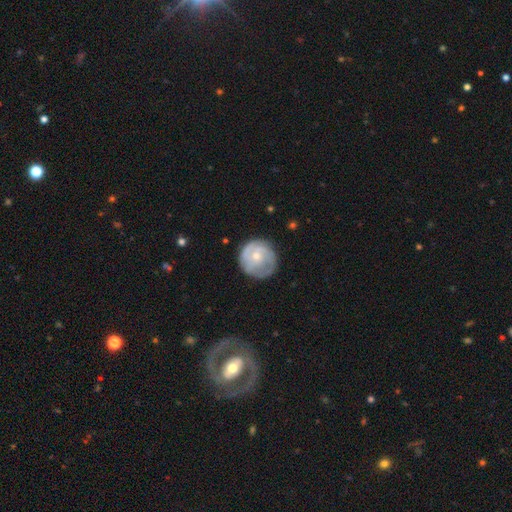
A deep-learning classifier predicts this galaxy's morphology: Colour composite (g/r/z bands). It shows a featured or disk galaxy (55%) with no bar (76%), spiral arms (71%) and a small central bulge (59%). Merging: none (70%).